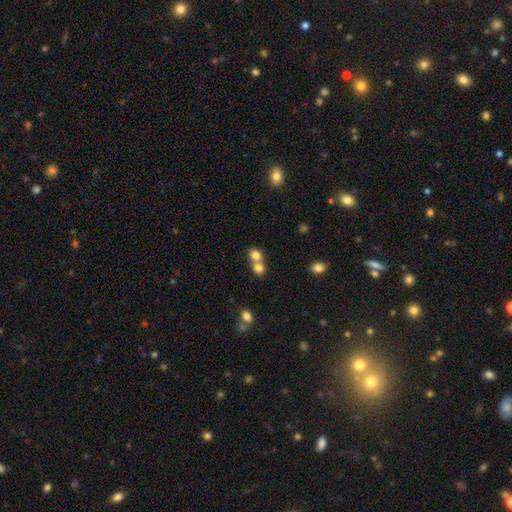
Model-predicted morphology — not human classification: type=smooth (79%); roundness=round (71%); merging=merger (57%).